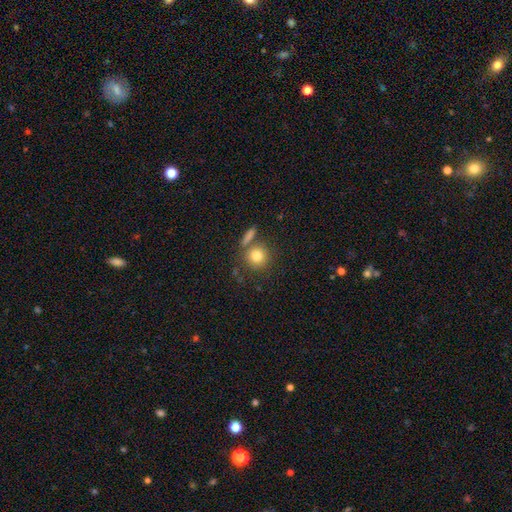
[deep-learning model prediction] The model was most divided on "merging": none: 68%, merger: 17%, minor disturbance: 11%, major disturbance: 4%. More confident: how rounded — round (88%); smooth or featured — smooth (80%).